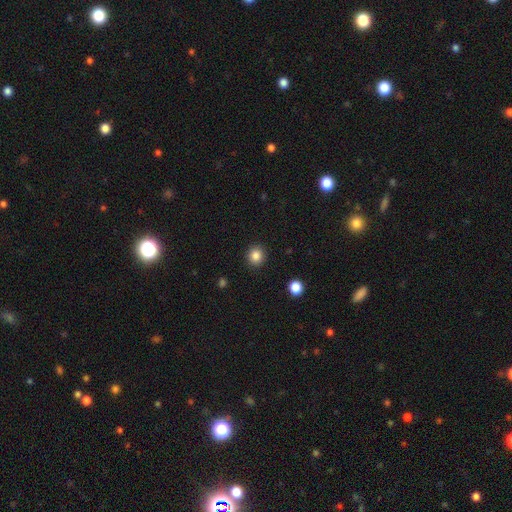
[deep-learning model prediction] smooth 85%, star or artifact 11%, featured or disk 4%. Down the decision tree: how rounded — round (90%); merging — none (92%).